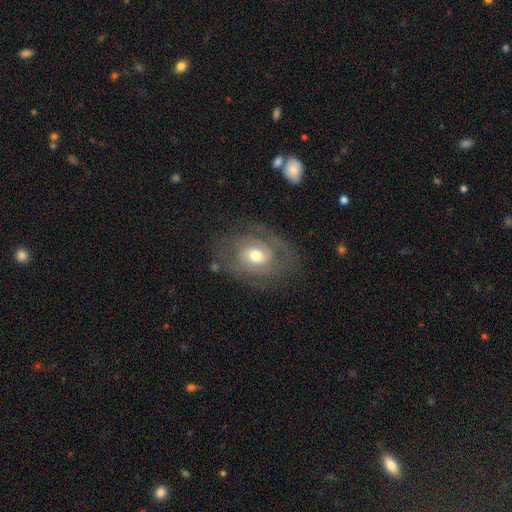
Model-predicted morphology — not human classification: featured or disk 60%, smooth 32%, star or artifact 8%. Down the decision tree: edge-on disk — no (95%); bar — no (65%); spiral arms — yes (70%); bulge size — moderate (70%); merging — none (67%).